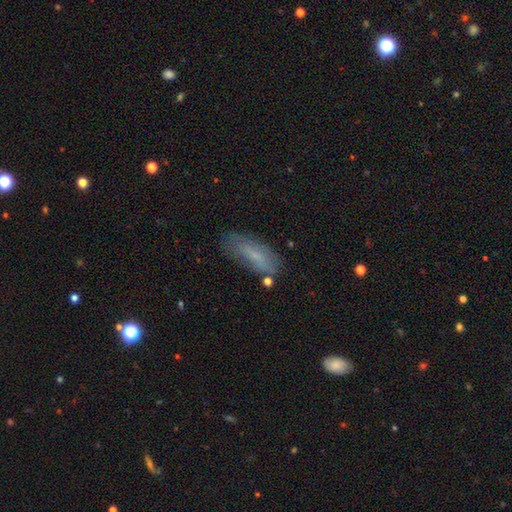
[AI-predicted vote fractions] A smooth galaxy with no disk features (67%) that is in between round and cigar-shaped (65%).

Vote fractions:
- Smooth or featured? smooth: 67% / featured or disk: 24% / star or artifact: 9%
- How rounded? in between: 65% / cigar-shaped: 33% / round: 2%
- Merging? none: 64% / minor disturbance: 24% / major disturbance: 8% / merger: 4%